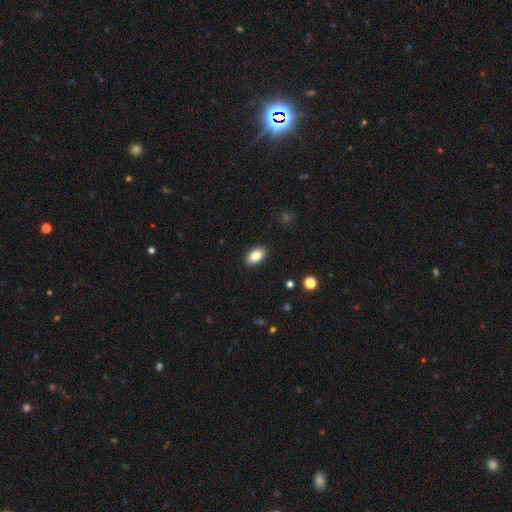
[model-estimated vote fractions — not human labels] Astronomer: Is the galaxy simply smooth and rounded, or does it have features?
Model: smooth — 85%.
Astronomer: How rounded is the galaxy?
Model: in between — 92%.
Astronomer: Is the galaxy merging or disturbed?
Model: none — 90%.